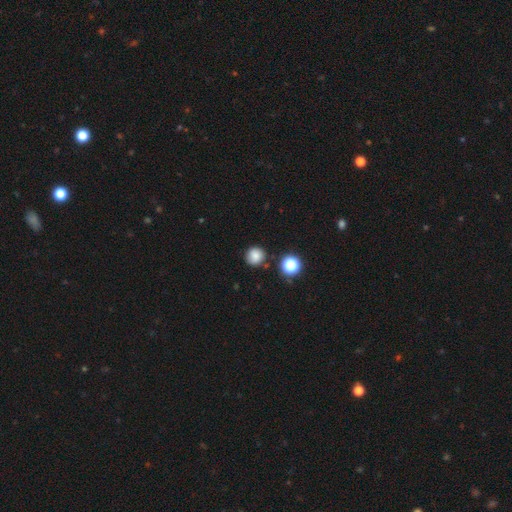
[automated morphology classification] The model was most divided on "smooth or featured": smooth: 81%, star or artifact: 13%, featured or disk: 6%. More confident: how rounded — round (93%); merging — none (84%).